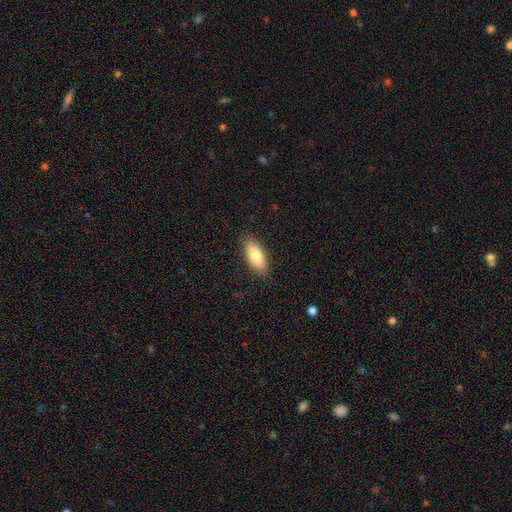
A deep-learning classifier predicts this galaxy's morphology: A smooth galaxy with no disk features (80%) that is in between round and cigar-shaped (82%). Merging: none (87%).